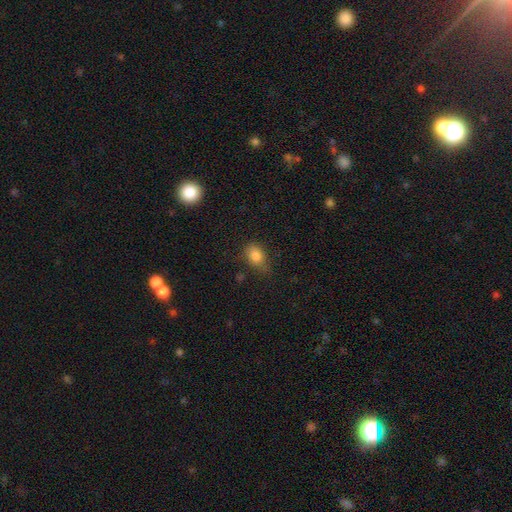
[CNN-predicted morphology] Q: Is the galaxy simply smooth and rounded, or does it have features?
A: smooth — 83%.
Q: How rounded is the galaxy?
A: in between — 76%.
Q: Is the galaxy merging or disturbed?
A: none — 61%.